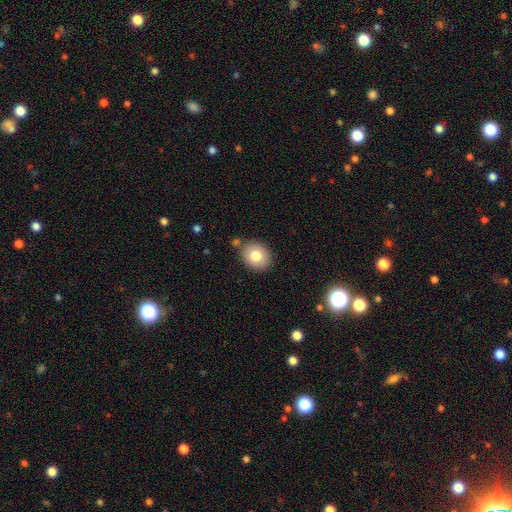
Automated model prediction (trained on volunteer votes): smooth_or_featured: smooth (p=0.78) [alt: featured or disk p=0.13]
how_rounded: round (p=0.60) [alt: in between p=0.39]
merging: none (p=0.81) [alt: minor disturbance p=0.11]